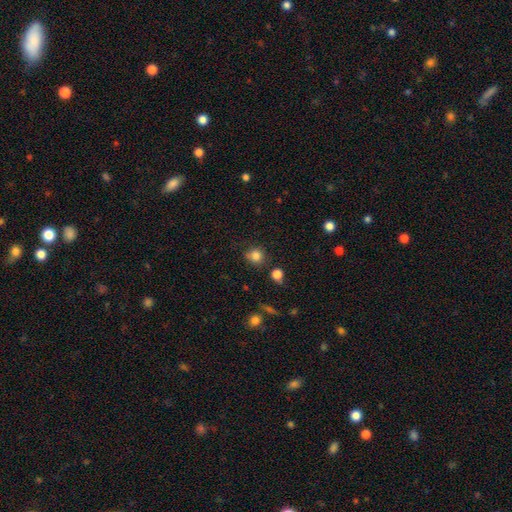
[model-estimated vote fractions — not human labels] Smooth or featured: smooth — 83% (star or artifact — 12%)
How rounded: round — 85% (in between — 14%)
Merging: none — 76% (minor disturbance — 15%)